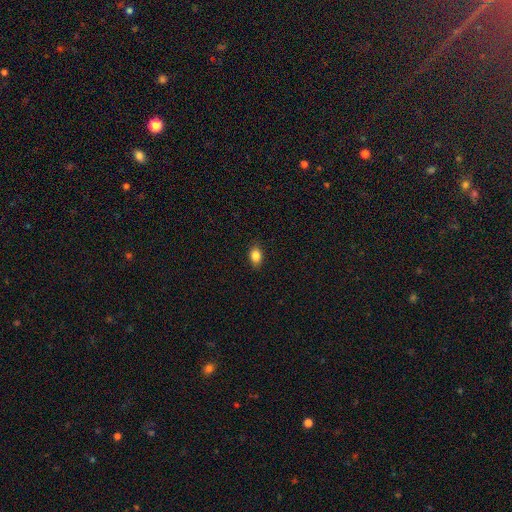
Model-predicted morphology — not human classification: Overall: smooth (86%). How rounded: in between (77%). Merging: none (86%).